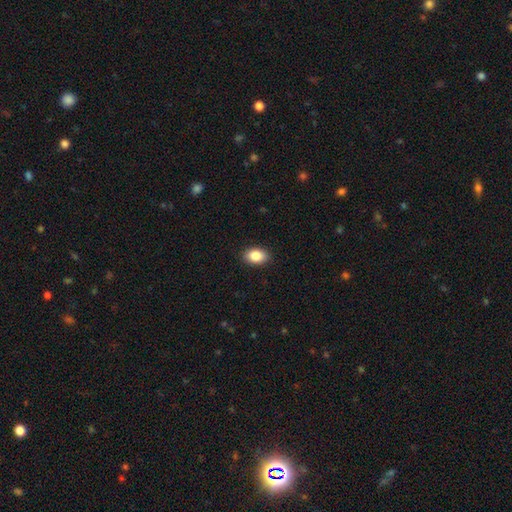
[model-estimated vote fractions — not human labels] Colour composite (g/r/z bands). It shows a smooth galaxy with no disk features (86%) that is in between round and cigar-shaped (84%). Merging: none (90%).